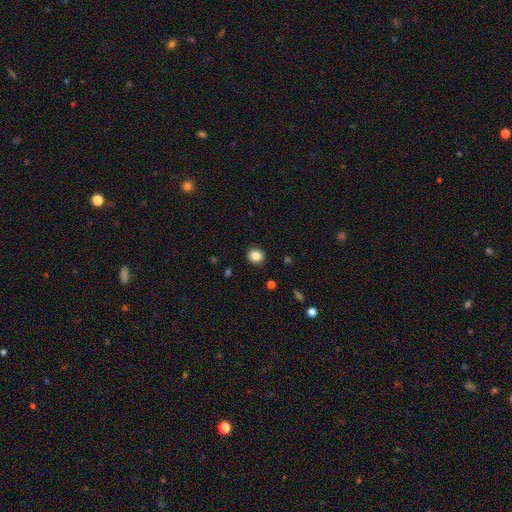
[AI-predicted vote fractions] smooth_or_featured: smooth (p=0.85) [alt: star or artifact p=0.10]
how_rounded: round (p=0.84) [alt: in between p=0.15]
merging: none (p=0.91) [alt: minor disturbance p=0.06]